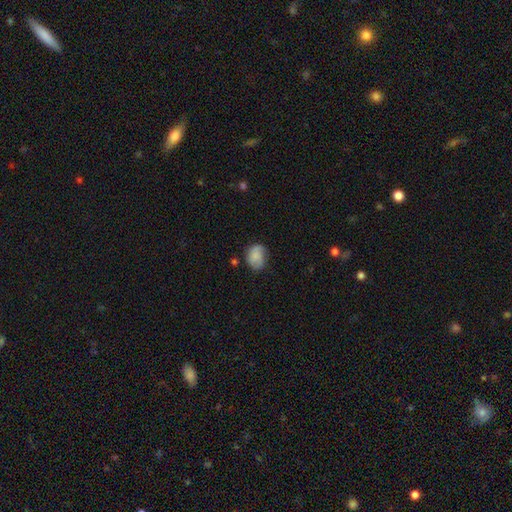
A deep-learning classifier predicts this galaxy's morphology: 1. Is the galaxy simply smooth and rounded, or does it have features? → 75% smooth, 17% featured or disk, 8% star or artifact.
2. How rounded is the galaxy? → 59% in between, 40% round, 1% cigar-shaped.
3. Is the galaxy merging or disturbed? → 57% none, 31% minor disturbance, 9% major disturbance, 3% merger.